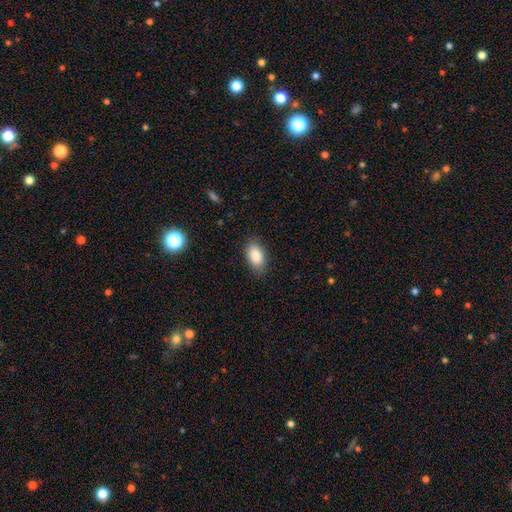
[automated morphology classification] A smooth galaxy with no disk features (87%) that is in between round and cigar-shaped (92%). Merging: none (83%).